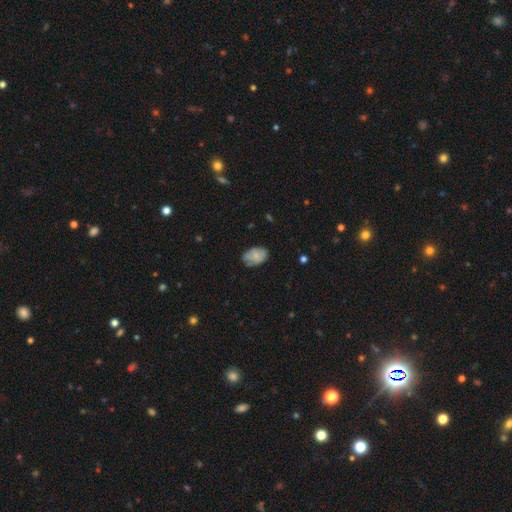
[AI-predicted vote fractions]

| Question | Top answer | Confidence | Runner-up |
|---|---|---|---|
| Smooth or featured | smooth | 72% | featured or disk (21%) |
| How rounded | in between | 88% | round (11%) |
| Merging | none | 71% | minor disturbance (22%) |